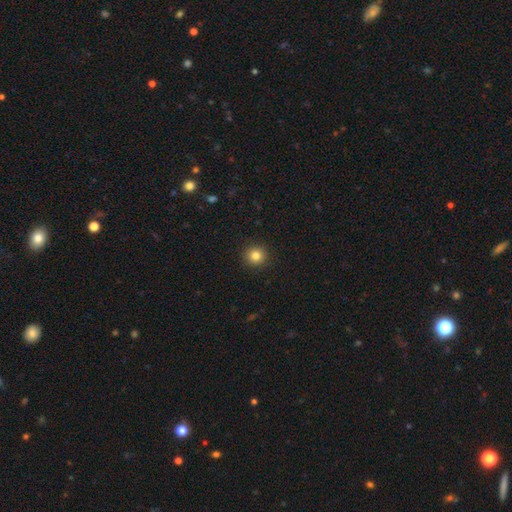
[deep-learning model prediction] smooth-or-featured: smooth: 83% | star or artifact: 12% | featured or disk: 6%
  how-rounded: round: 93% | in between: 6% | cigar-shaped: 1%
  merging: none: 92% | minor disturbance: 5% | major disturbance: 2% | merger: 1%